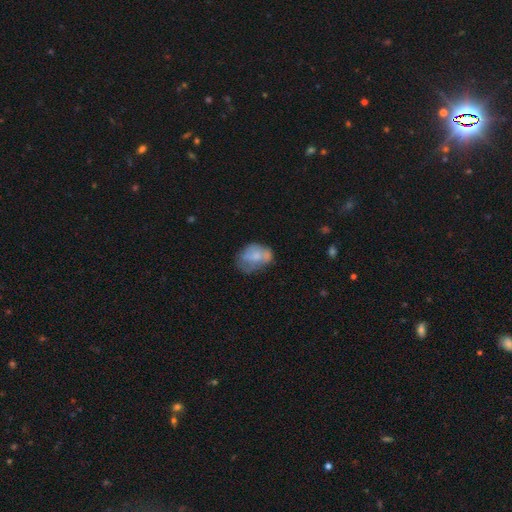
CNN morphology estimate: Smooth or featured? smooth (57%)
How rounded? in between (71%)
Merging? none (44%)